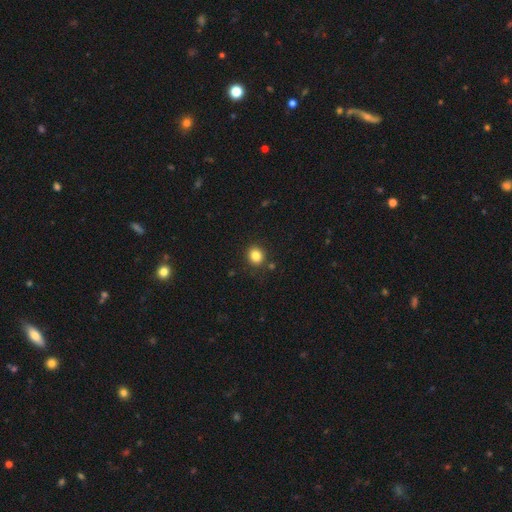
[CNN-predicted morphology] Smooth or featured? smooth (83%)
How rounded? round (78%)
Merging? none (86%)